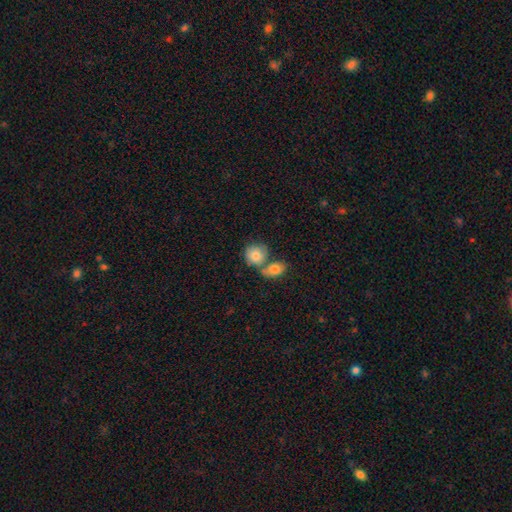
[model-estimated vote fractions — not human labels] Overall: smooth (80%). How rounded: round (74%). Merging: merger (51%; none 35%).